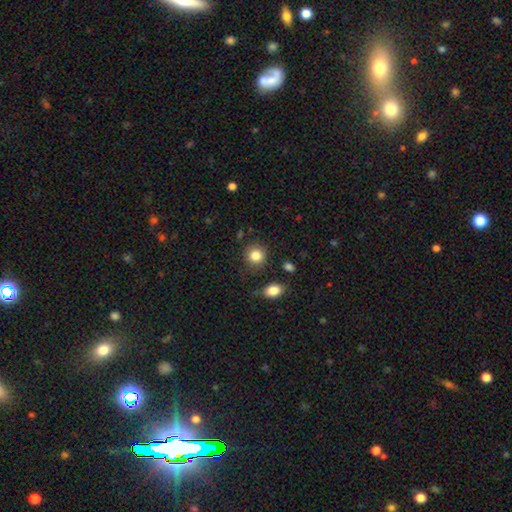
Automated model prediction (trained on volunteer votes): This appears to be a smooth galaxy with no disk features (85%) that is round (84%). Merging: none (82%).